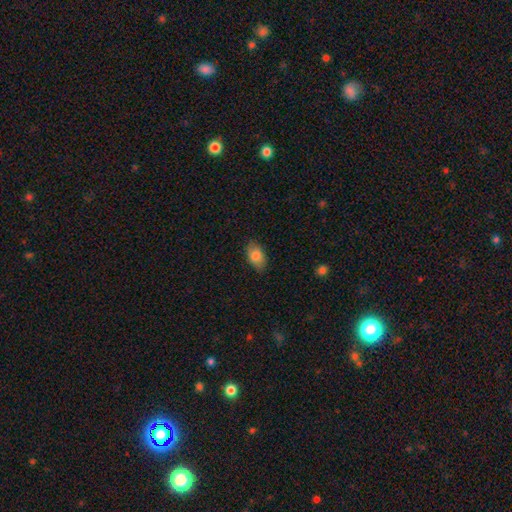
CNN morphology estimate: The model was most divided on "merging": none: 83%, minor disturbance: 14%, major disturbance: 3%, merger: 1%. More confident: how rounded — in between (91%); smooth or featured — smooth (83%).